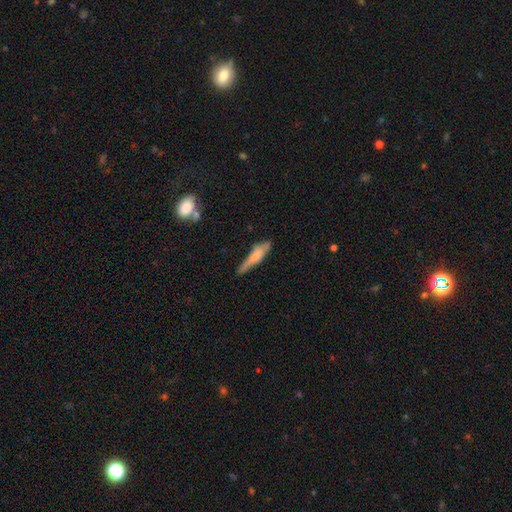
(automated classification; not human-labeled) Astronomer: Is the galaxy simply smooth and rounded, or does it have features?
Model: smooth — 60%.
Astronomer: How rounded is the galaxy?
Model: cigar-shaped — 82%.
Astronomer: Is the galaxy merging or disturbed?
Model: none — 62%.